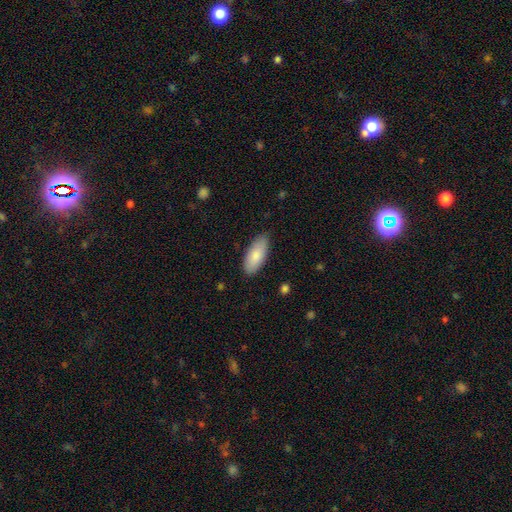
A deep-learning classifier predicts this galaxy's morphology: type=smooth (83%); roundness=in between (87%); merging=none (81%).